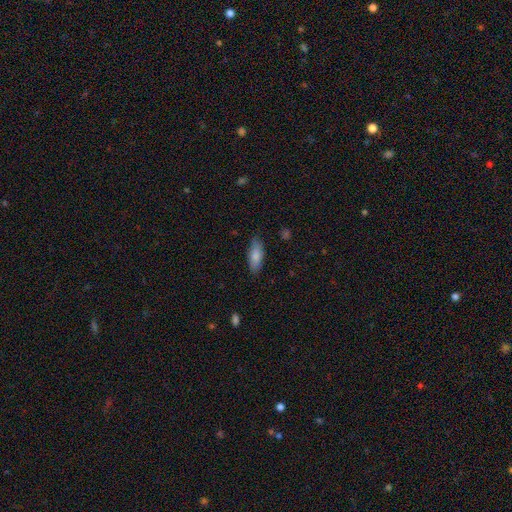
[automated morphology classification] Smooth or featured: smooth — 82% (featured or disk — 12%)
How rounded: in between — 72% (cigar-shaped — 26%)
Merging: none — 83% (minor disturbance — 13%)